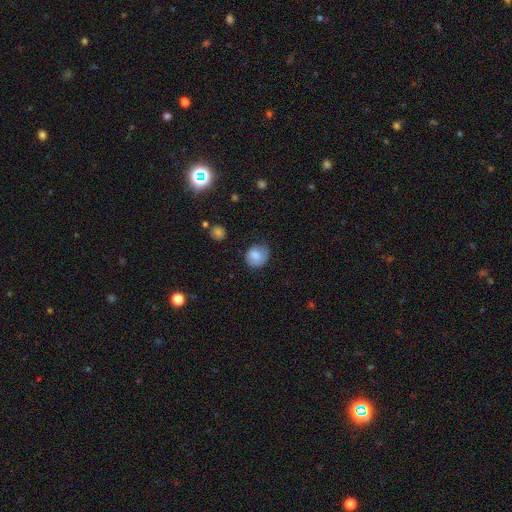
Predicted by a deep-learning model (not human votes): smooth-or-featured: smooth: 82% | featured or disk: 10% | star or artifact: 8%
  how-rounded: round: 78% | in between: 21% | cigar-shaped: 1%
  merging: none: 69% | minor disturbance: 23% | major disturbance: 7% | merger: 1%